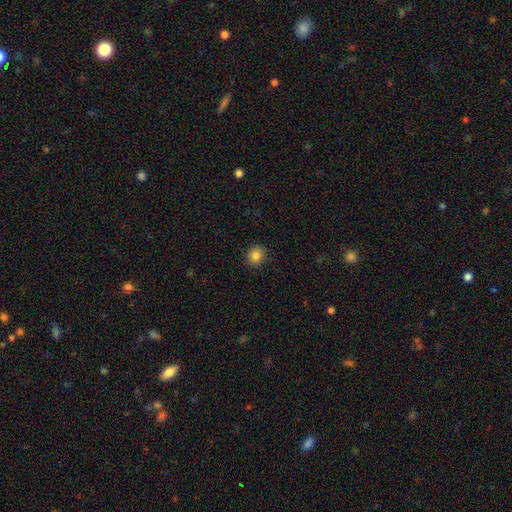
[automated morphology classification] A smooth galaxy with no disk features (83%) that is round (80%).

Vote fractions:
- Smooth or featured? smooth: 83% / star or artifact: 11% / featured or disk: 6%
- How rounded? round: 80% / in between: 19% / cigar-shaped: 1%
- Merging? none: 89% / minor disturbance: 8% / major disturbance: 2% / merger: 1%